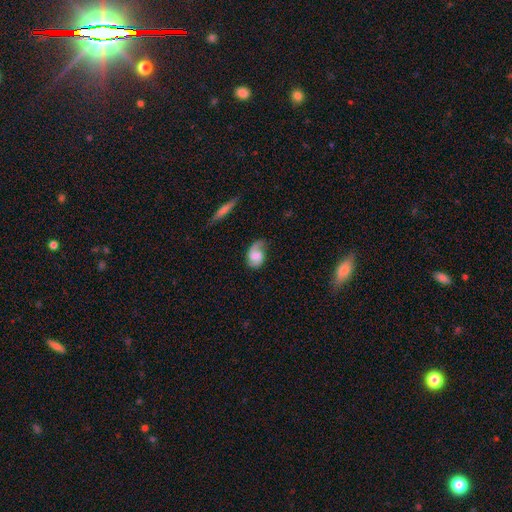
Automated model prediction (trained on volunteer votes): Smooth or featured? Predicted: featured or disk (p=0.63). Edge-on disk? Predicted: no (p=0.97). Bar? Predicted: no (p=0.49). Spiral arms? Predicted: yes (p=0.92). Spiral winding? Predicted: loose (p=0.43). Spiral arm count? Predicted: 2 (p=0.70). Bulge size? Predicted: moderate (p=0.36). Merging? Predicted: none (p=0.57).